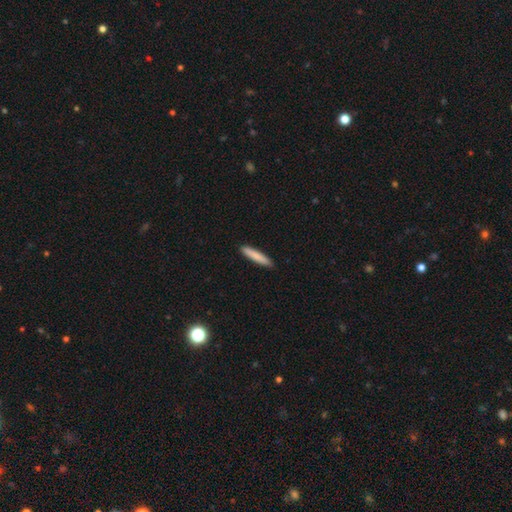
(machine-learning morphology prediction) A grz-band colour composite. It shows a smooth galaxy with no disk features (83%) that is cigar-shaped (90%). Merging: none (90%).